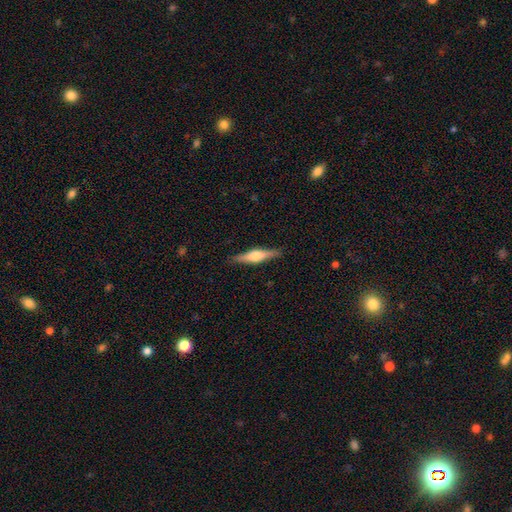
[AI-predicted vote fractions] Smooth or featured?
  - featured or disk: 60% *
  - smooth: 35%
  - star or artifact: 6%
Edge-on disk?
  - yes: 96% *
  - no: 4%
Edge-on bulge?
  - rounded: 88% *
  - boxy: 8%
  - none: 3%
Merging?
  - none: 89% *
  - minor disturbance: 9%
  - major disturbance: 2%
  - merger: 1%